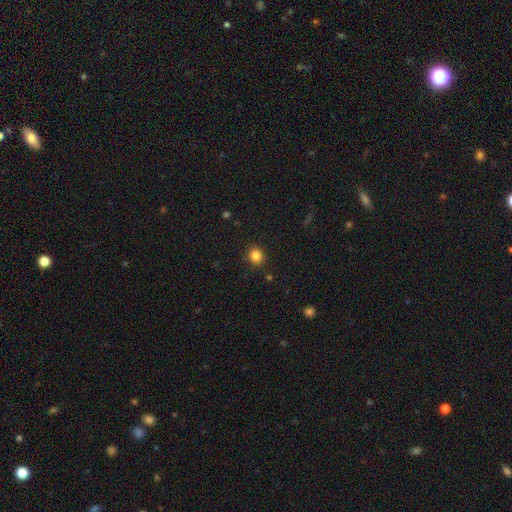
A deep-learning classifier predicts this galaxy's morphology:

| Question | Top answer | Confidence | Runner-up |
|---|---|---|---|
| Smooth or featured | smooth | 84% | star or artifact (12%) |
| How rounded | round | 79% | in between (20%) |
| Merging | none | 90% | minor disturbance (7%) |